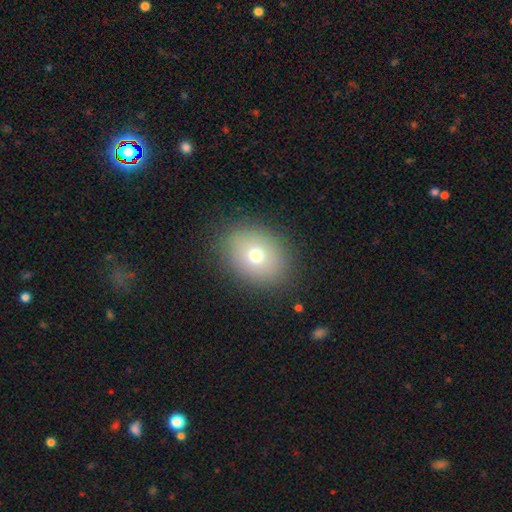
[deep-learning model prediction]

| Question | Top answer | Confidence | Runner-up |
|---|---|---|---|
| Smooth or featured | smooth | 72% | featured or disk (15%) |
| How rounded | in between | 54% | round (45%) |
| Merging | none | 87% | minor disturbance (8%) |